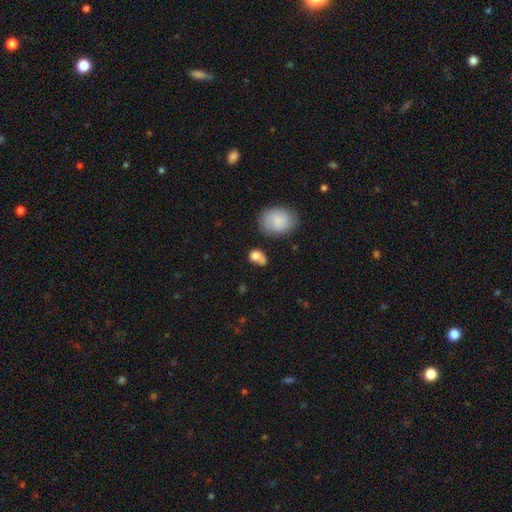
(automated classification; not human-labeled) Q: Smooth or featured?
A: smooth (78%); runner-up: featured or disk (12%)
Q: How rounded?
A: in between (60%); runner-up: round (38%)
Q: Merging?
A: none (40%); runner-up: merger (27%)